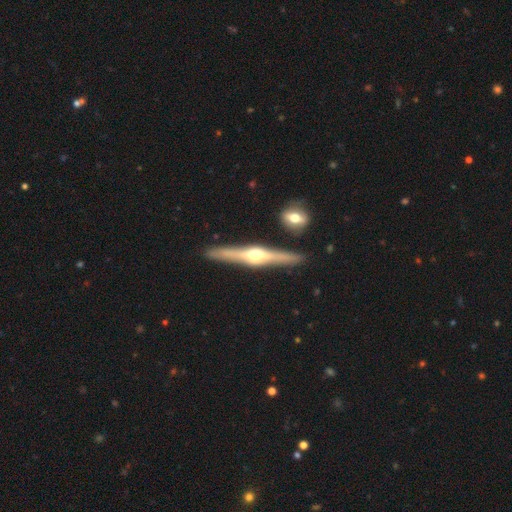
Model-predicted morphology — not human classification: Overall: featured or disk (80%). Edge-on disk: yes (97%). Edge-on bulge: rounded (93%). Merging: none (88%).